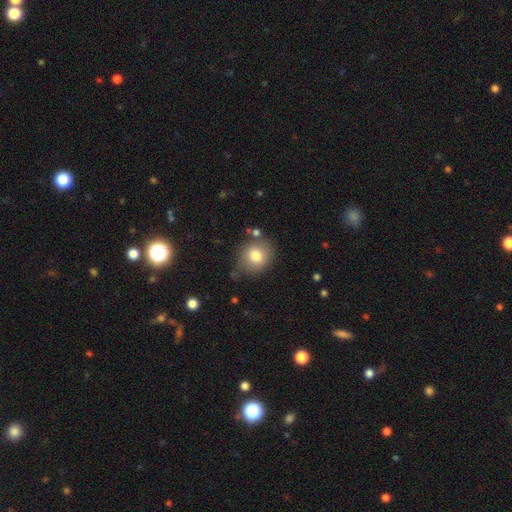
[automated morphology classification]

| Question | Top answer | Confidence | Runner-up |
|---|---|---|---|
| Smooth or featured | smooth | 78% | featured or disk (12%) |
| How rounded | round | 74% | in between (25%) |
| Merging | none | 70% | minor disturbance (19%) |